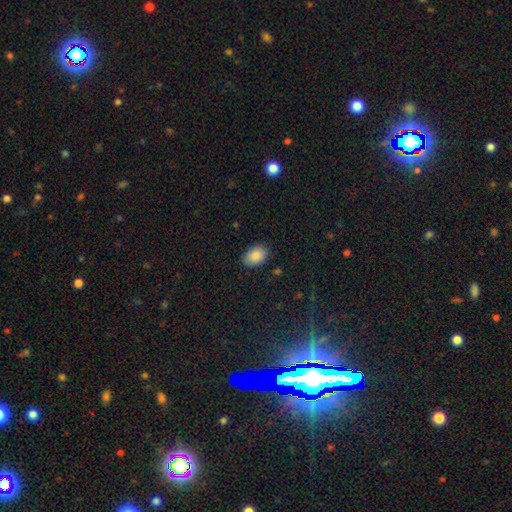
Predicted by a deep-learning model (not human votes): Smooth or featured? Predicted: smooth (p=0.87). How rounded? Predicted: in between (p=0.82). Merging? Predicted: none (p=0.86).